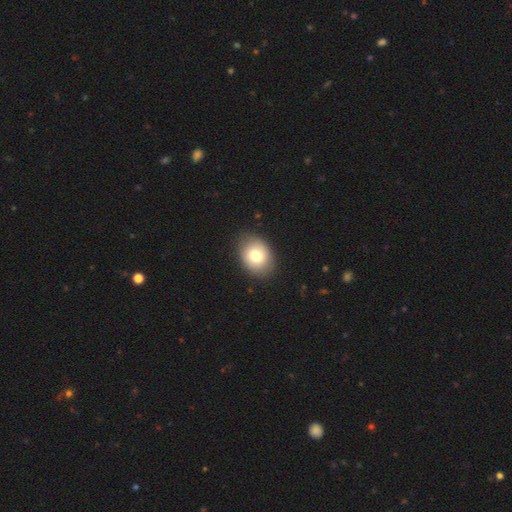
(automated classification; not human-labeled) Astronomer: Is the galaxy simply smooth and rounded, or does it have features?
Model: smooth — 76%.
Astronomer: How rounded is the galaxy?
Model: in between — 69%.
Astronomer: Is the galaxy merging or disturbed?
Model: none — 84%.